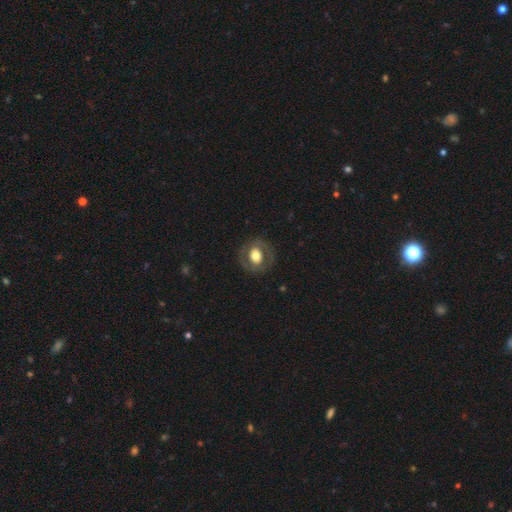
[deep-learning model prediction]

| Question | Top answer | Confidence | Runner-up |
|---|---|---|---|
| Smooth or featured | smooth | 49% | featured or disk (44%) |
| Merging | none | 82% | minor disturbance (11%) |